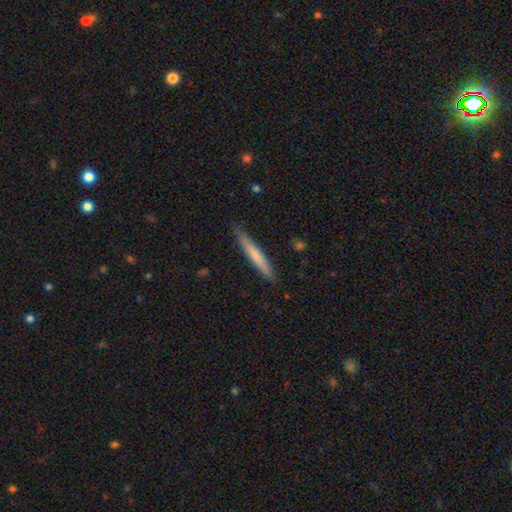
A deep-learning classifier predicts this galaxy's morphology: Smooth or featured: smooth — 65% (featured or disk — 30%)
How rounded: cigar-shaped — 95% (in between — 3%)
Merging: none — 86% (minor disturbance — 11%)